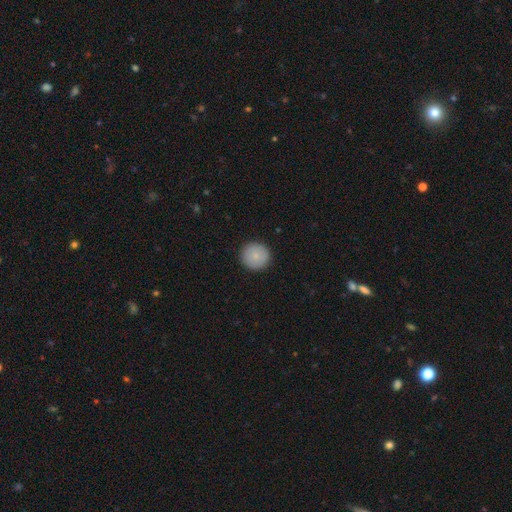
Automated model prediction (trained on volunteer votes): smooth 85%, featured or disk 8%, star or artifact 7%. Down the decision tree: how rounded — round (95%); merging — none (92%).